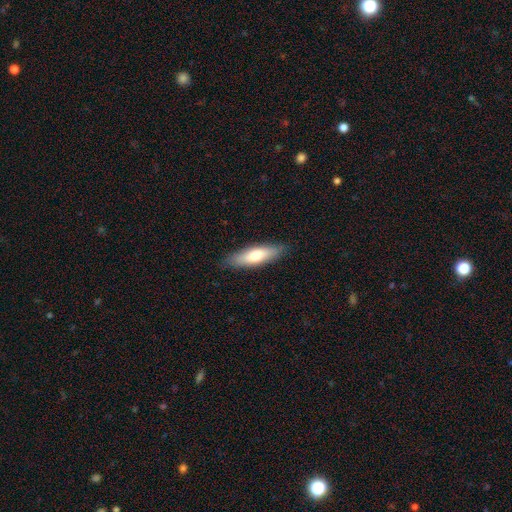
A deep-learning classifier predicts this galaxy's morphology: This appears to be a smooth galaxy with no disk features (68%) that is cigar-shaped (54%). Merging: none (86%).